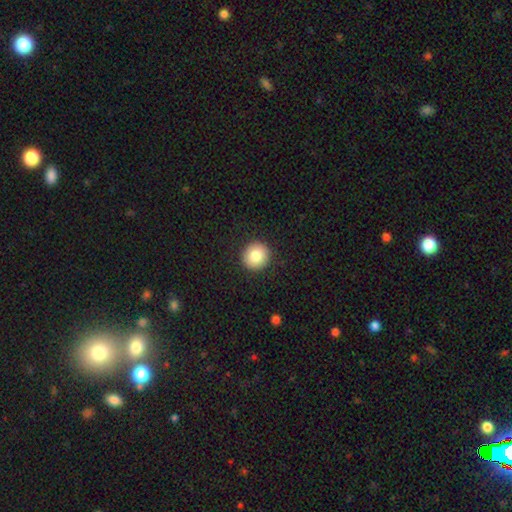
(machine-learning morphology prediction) Overall: smooth (84%). How rounded: round (92%). Merging: none (92%).